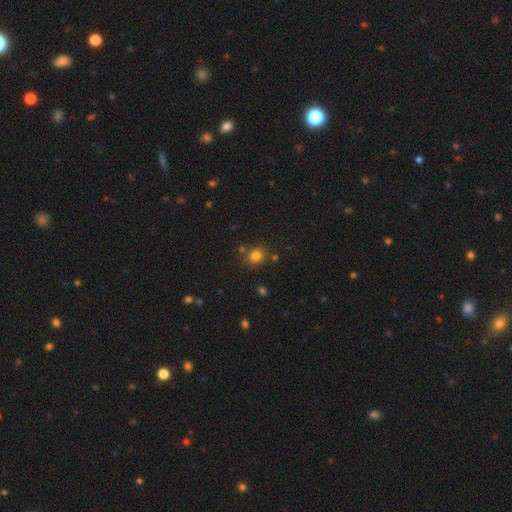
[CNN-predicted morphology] The model was most divided on "how rounded": round: 77%, in between: 22%, cigar-shaped: 1%. More confident: smooth or featured — smooth (79%); merging — none (78%).